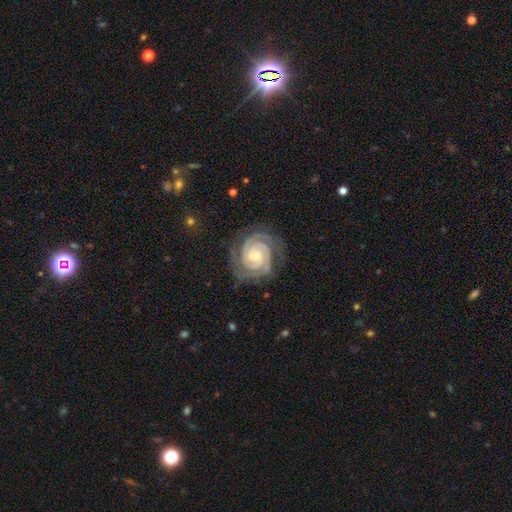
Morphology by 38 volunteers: This is clearly a featured or disk galaxy (95%). It is clearly not viewed edge-on (100%). Bar: likely no (61%). Spiral arm pattern: clearly yes (100%). Spiral arm count: clearly 2 (92%). Spiral winding: clearly tight (89%). Central bulge: possibly small (50%). Merging: likely none (72%).